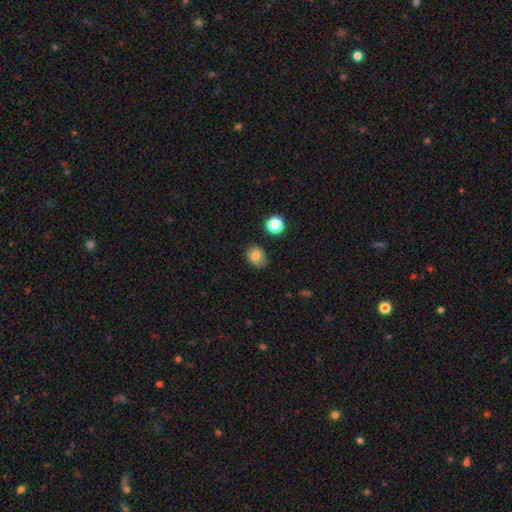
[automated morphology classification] Smooth or featured: smooth — 81% (star or artifact — 11%)
How rounded: in between — 52% (round — 47%)
Merging: none — 81% (minor disturbance — 14%)